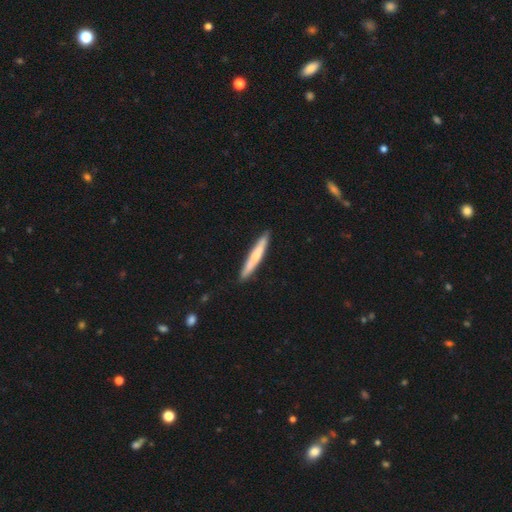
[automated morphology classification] Smooth or featured: smooth — 62% (featured or disk — 32%)
How rounded: cigar-shaped — 95% (in between — 4%)
Merging: none — 89% (minor disturbance — 8%)